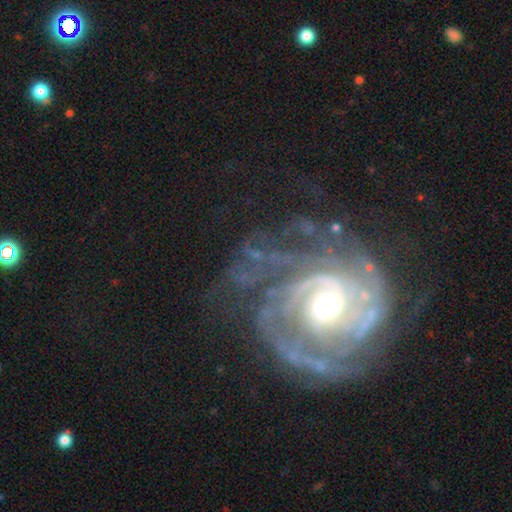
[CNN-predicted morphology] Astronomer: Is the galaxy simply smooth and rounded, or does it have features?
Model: featured or disk — 89%.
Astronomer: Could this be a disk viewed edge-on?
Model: no — 97%.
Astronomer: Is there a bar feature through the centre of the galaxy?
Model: no — 63%.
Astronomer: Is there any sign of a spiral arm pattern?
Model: yes — 97%.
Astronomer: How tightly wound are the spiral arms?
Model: tight — 69%.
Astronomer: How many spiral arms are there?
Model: can't tell — 29% (runner-up: 2, 25%).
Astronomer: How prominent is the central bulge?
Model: moderate — 55% (runner-up: small, 34%).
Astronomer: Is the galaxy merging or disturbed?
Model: none — 63%.